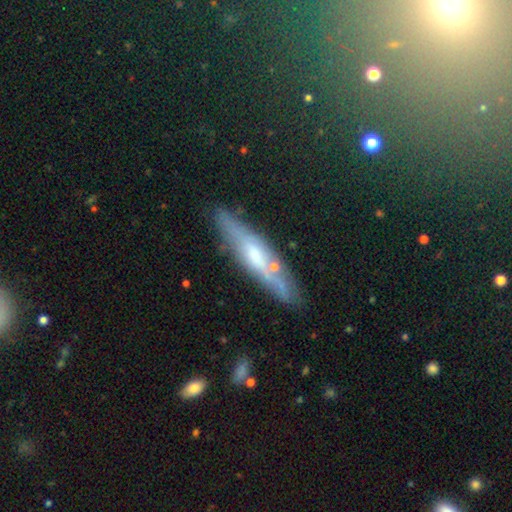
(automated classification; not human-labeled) A featured or disk galaxy (63%) viewed edge-on (81%) with a rounded central bulge (62%). Merging: none (79%).